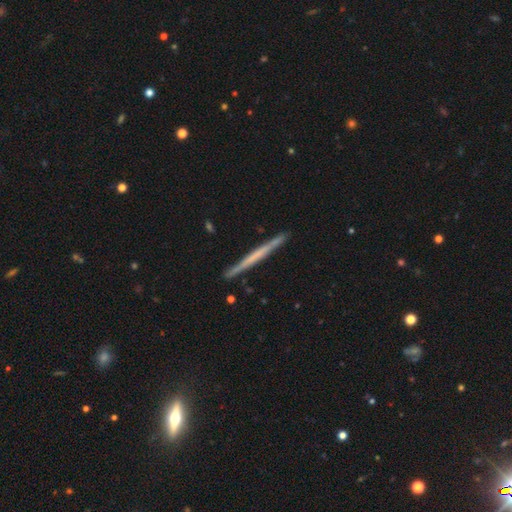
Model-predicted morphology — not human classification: This appears to be a featured or disk galaxy (54%) viewed edge-on (97%) with no central bulge (88%). Merging: none (91%).